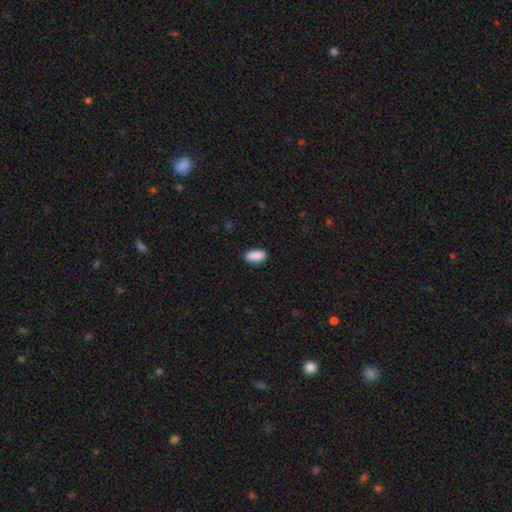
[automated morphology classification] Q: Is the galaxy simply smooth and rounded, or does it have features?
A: smooth — 90%.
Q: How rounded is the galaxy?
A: in between — 89%.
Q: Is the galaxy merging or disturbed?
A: none — 87%.